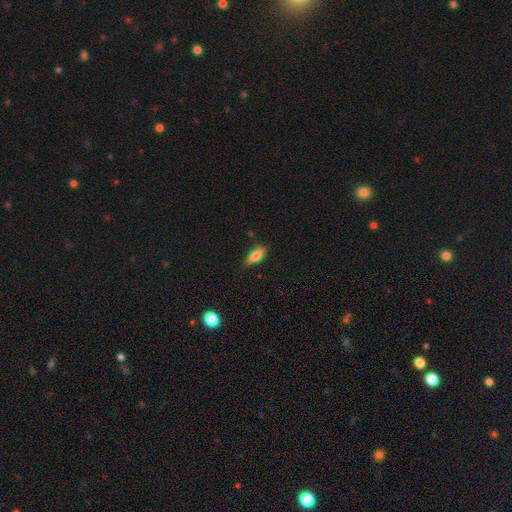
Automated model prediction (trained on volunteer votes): A smooth galaxy with no disk features (74%) that is in between round and cigar-shaped (79%).

Vote fractions:
- Smooth or featured? smooth: 74% / featured or disk: 19% / star or artifact: 8%
- How rounded? in between: 79% / cigar-shaped: 16% / round: 4%
- Merging? none: 70% / minor disturbance: 24% / major disturbance: 4% / merger: 2%